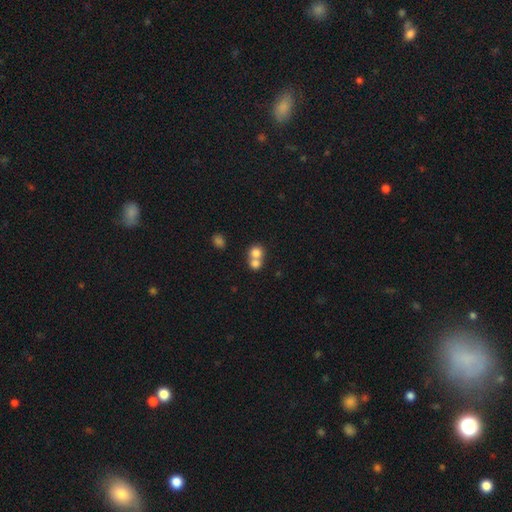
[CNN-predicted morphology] A smooth galaxy with no disk features (78%) that is round (80%). Merging: merger (61%).